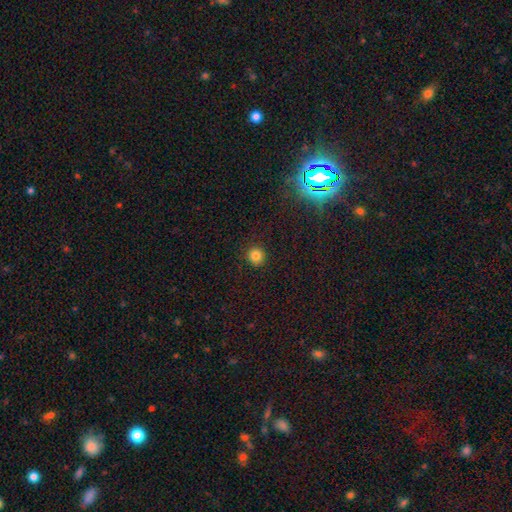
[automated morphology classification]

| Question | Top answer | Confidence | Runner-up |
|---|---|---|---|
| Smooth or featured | smooth | 82% | star or artifact (13%) |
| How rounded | round | 94% | in between (5%) |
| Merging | none | 92% | minor disturbance (5%) |